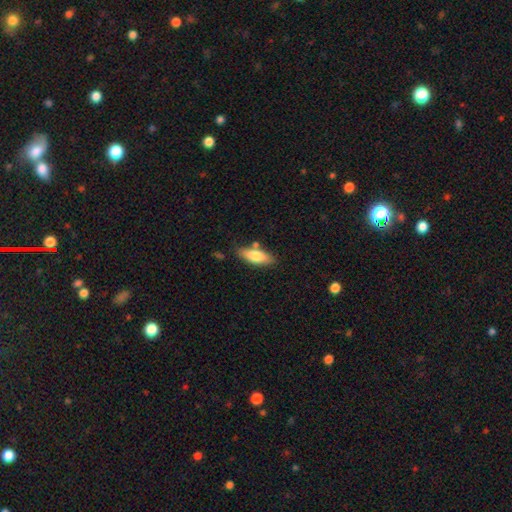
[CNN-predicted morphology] A smooth galaxy with no disk features (75%) that is in between round and cigar-shaped (67%).

Vote fractions:
- Smooth or featured? smooth: 75% / featured or disk: 19% / star or artifact: 6%
- How rounded? in between: 67% / cigar-shaped: 31% / round: 3%
- Merging? none: 74% / minor disturbance: 15% / merger: 8% / major disturbance: 3%